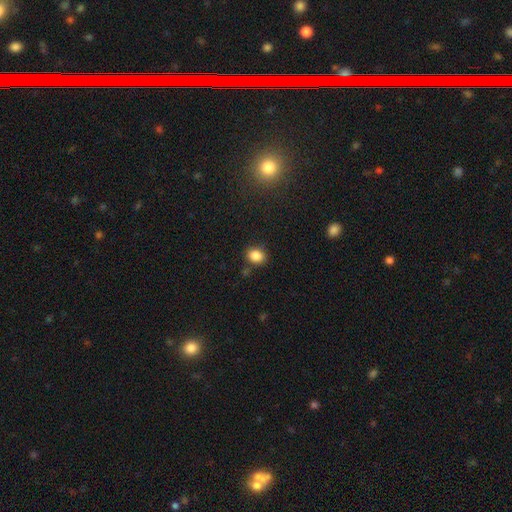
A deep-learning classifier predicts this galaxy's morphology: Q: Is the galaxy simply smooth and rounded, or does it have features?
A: smooth — 86%.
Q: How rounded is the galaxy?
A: round — 50%.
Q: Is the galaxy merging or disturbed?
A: none — 81%.